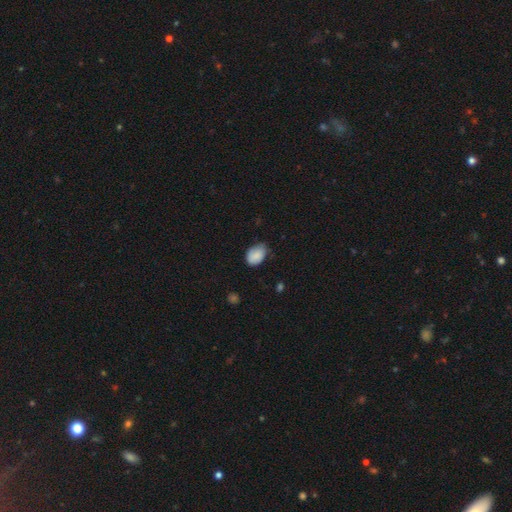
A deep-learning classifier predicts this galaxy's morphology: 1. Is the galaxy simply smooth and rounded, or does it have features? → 83% smooth, 10% featured or disk, 8% star or artifact.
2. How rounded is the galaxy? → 80% in between, 19% round, 1% cigar-shaped.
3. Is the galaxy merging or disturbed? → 57% none, 35% minor disturbance, 6% major disturbance, 1% merger.